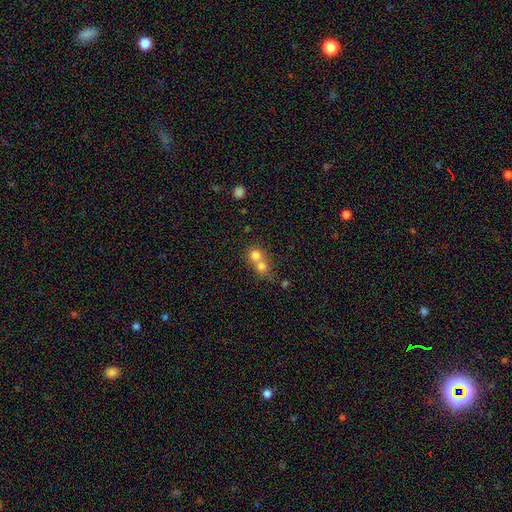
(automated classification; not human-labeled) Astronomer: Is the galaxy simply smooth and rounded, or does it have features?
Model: smooth — 73%.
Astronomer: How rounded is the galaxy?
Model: round — 82%.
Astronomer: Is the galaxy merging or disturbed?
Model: merger — 68%.